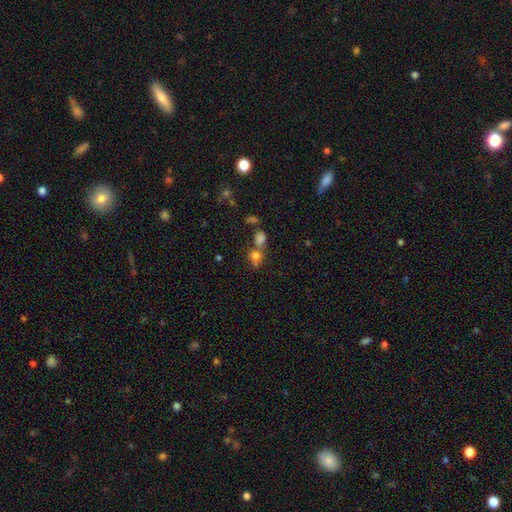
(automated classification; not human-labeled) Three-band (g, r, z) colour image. It shows a smooth galaxy with no disk features (58%) that is round (64%). Merging: none (44%).